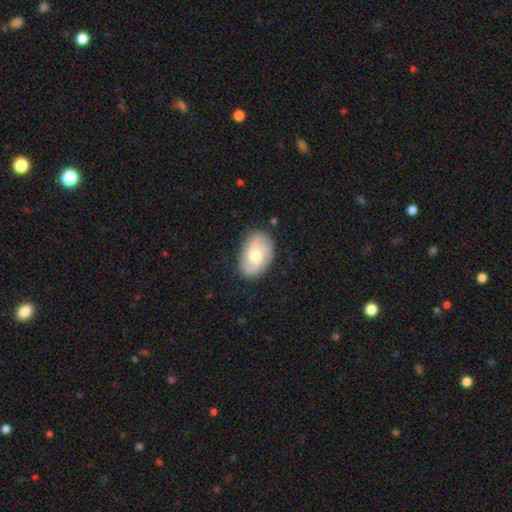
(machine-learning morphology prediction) This is possibly a featured or disk galaxy (51%). It is clearly not viewed edge-on (95%). Merging: likely none (79%).